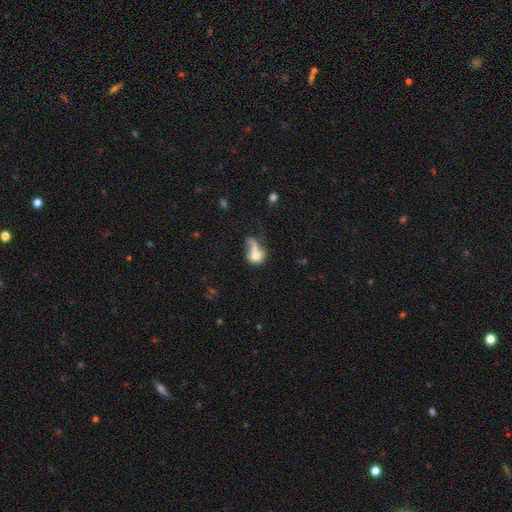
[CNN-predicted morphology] This is likely a smooth galaxy (62%). How rounded: possibly in between (51%). Merging: marginally merger (39%).